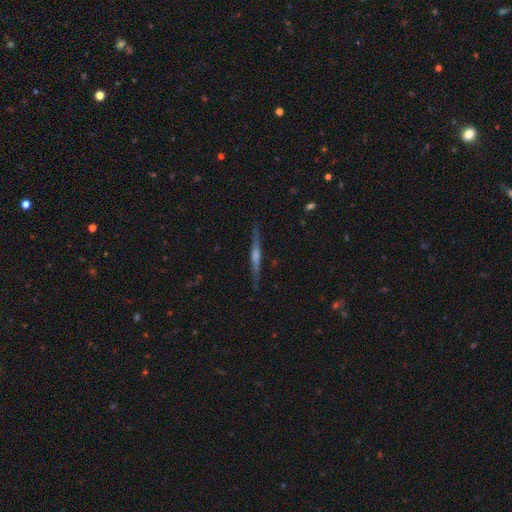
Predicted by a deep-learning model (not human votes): Smooth or featured? Predicted: featured or disk (p=0.70). Edge-on disk? Predicted: yes (p=0.97). Edge-on bulge? Predicted: rounded (p=0.58). Merging? Predicted: none (p=0.87).